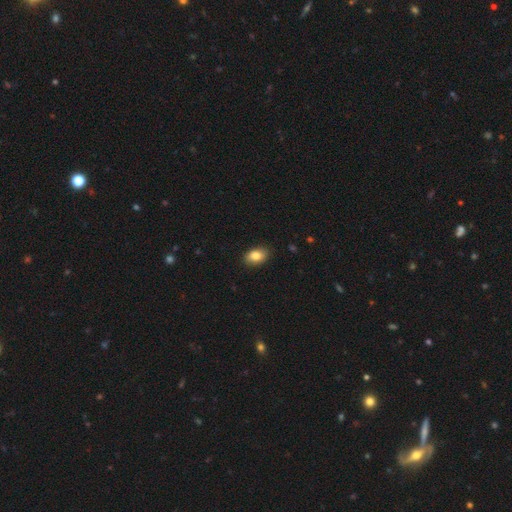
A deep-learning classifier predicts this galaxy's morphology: Smooth or featured?
  - smooth: 85% *
  - star or artifact: 8%
  - featured or disk: 7%
How rounded?
  - in between: 86% *
  - round: 12%
  - cigar-shaped: 1%
Merging?
  - none: 87% *
  - minor disturbance: 10%
  - major disturbance: 2%
  - merger: 1%